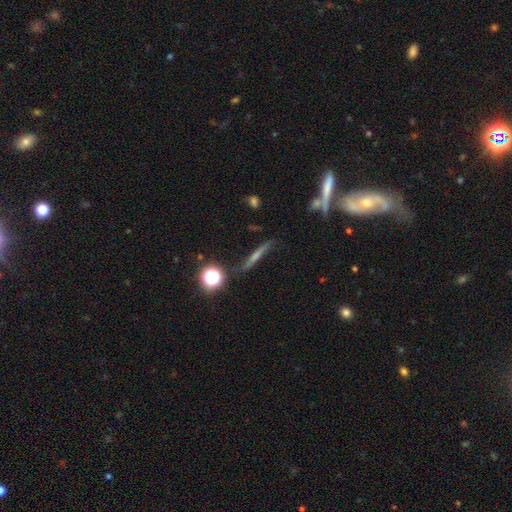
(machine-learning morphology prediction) Smooth or featured? Predicted: featured or disk (p=0.53). Edge-on disk? Predicted: yes (p=0.84). Merging? Predicted: none (p=0.77).